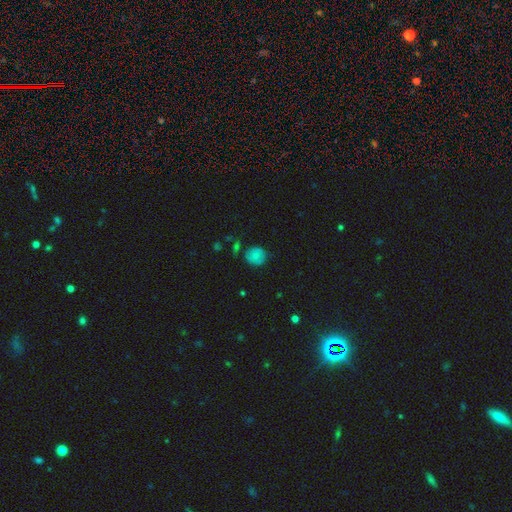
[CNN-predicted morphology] smooth-or-featured: smooth: 67% | featured or disk: 24% | star or artifact: 10%
  how-rounded: round: 82% | in between: 17% | cigar-shaped: 1%
  merging: none: 72% | minor disturbance: 21% | major disturbance: 4% | merger: 3%